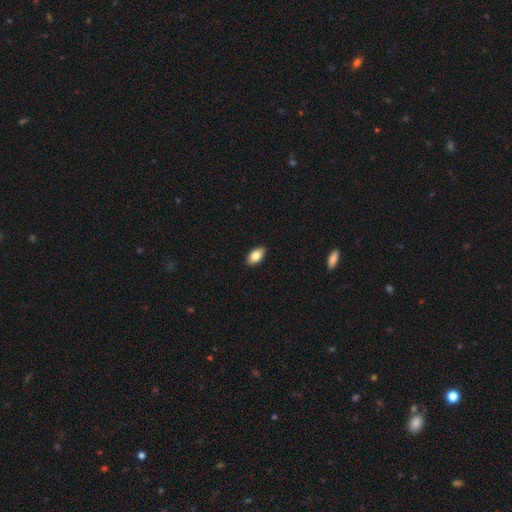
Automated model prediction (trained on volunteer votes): Q: Smooth or featured?
A: smooth (82%); runner-up: featured or disk (11%)
Q: How rounded?
A: in between (92%); runner-up: round (4%)
Q: Merging?
A: none (89%); runner-up: minor disturbance (8%)